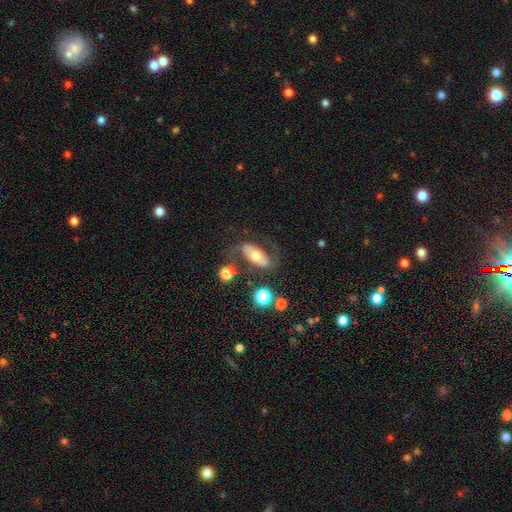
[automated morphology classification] A featured or disk galaxy (54%).

Vote fractions:
- Smooth or featured? featured or disk: 54% / smooth: 38% / star or artifact: 8%
- Edge-on disk? no: 85% / yes: 15%
- Merging? none: 60% / minor disturbance: 19% / major disturbance: 15% / merger: 6%